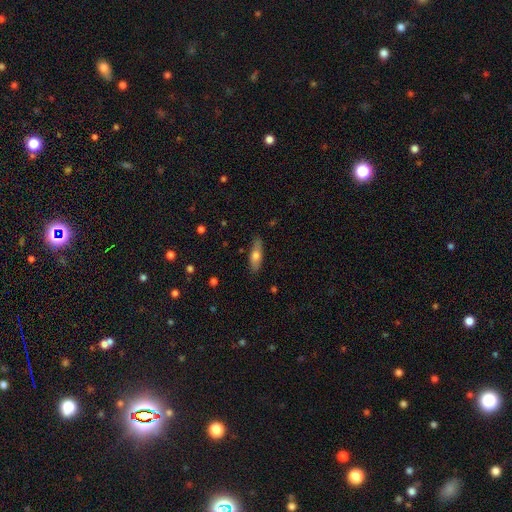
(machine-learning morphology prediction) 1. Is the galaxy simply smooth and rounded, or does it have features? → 65% smooth, 28% featured or disk, 6% star or artifact.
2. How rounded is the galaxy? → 53% in between, 44% cigar-shaped, 3% round.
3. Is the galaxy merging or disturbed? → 83% none, 13% minor disturbance, 2% major disturbance, 1% merger.